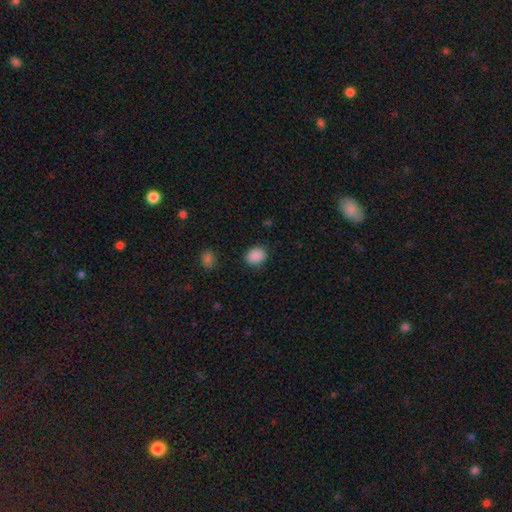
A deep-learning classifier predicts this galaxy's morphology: Overall: smooth (88%). How rounded: round (56%; in between 43%). Merging: none (85%).